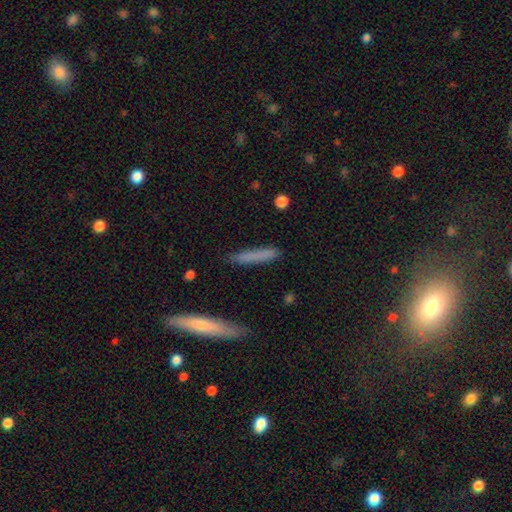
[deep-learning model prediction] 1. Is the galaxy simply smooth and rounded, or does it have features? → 75% smooth, 18% featured or disk, 7% star or artifact.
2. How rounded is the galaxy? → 93% cigar-shaped, 6% in between, 2% round.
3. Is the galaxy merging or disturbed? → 83% none, 12% minor disturbance, 2% major disturbance, 2% merger.